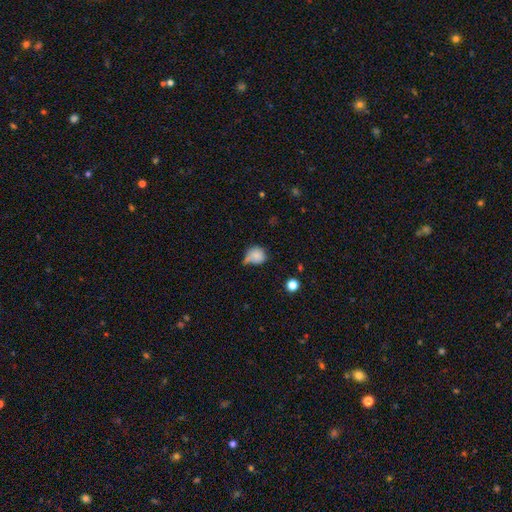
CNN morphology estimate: smooth 82%, star or artifact 10%, featured or disk 8%. Down the decision tree: how rounded — round (75%); merging — none (39%).